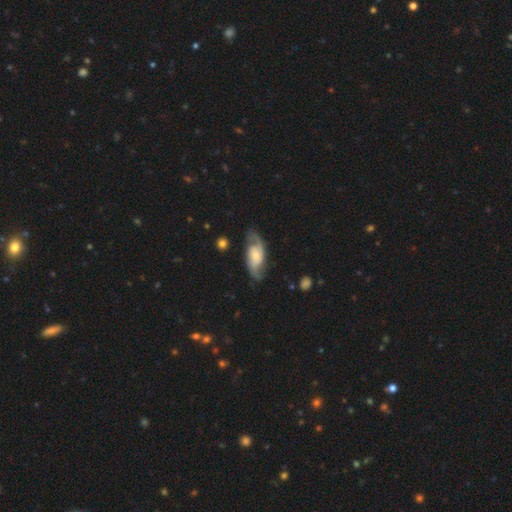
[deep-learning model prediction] Smooth or featured? featured or disk (78%)
Edge-on disk? no (93%)
Bar? no (57%)
Spiral arms? yes (94%)
Spiral winding? medium (45%)
Spiral arm count? 2 (88%)
Bulge size? small (46%)
Merging? none (73%)